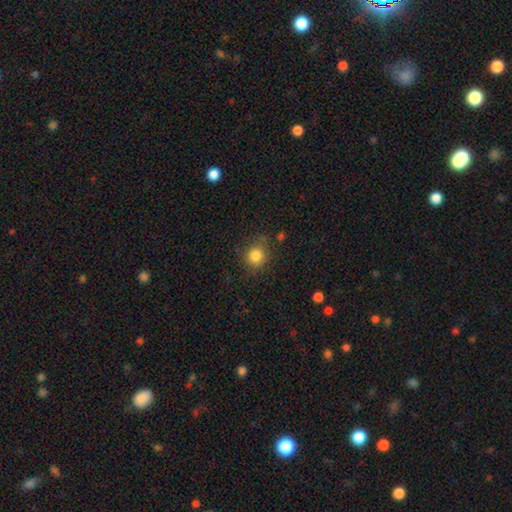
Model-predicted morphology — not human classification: smooth-or-featured: smooth: 84% | star or artifact: 11% | featured or disk: 5%
  how-rounded: round: 88% | in between: 11% | cigar-shaped: 1%
  merging: none: 81% | minor disturbance: 12% | major disturbance: 4% | merger: 3%